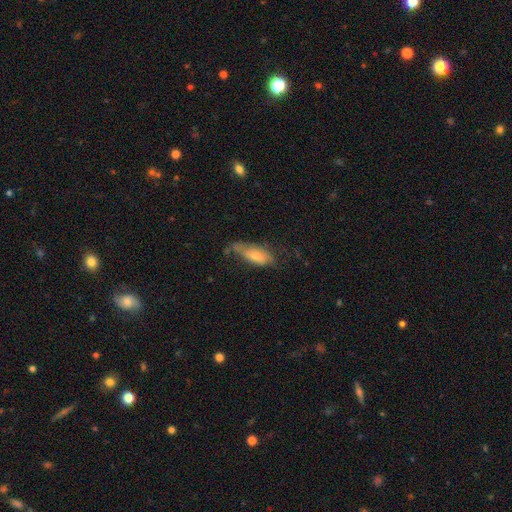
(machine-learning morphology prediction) Smooth or featured? smooth (64%)
How rounded? in between (68%)
Merging? none (44%)